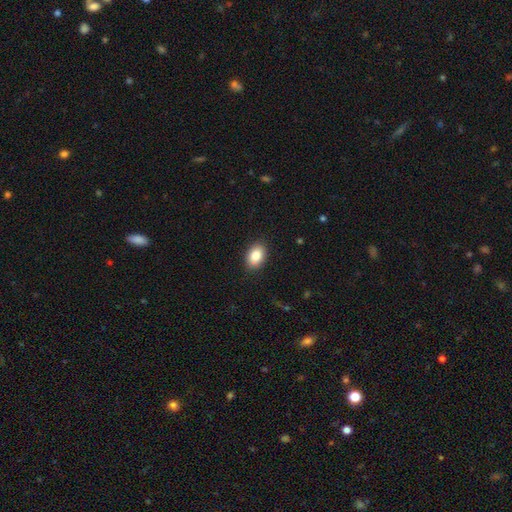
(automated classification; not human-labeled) smooth 85%, star or artifact 8%, featured or disk 7%. Down the decision tree: how rounded — in between (84%); merging — none (88%).